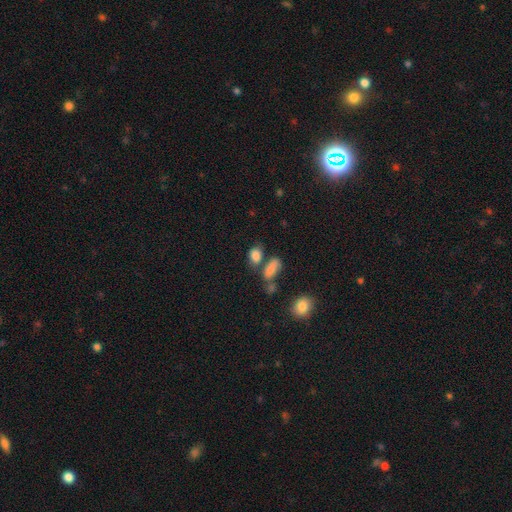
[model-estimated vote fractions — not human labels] A smooth galaxy with no disk features (82%) that is in between round and cigar-shaped (77%). Merging: none (48%).